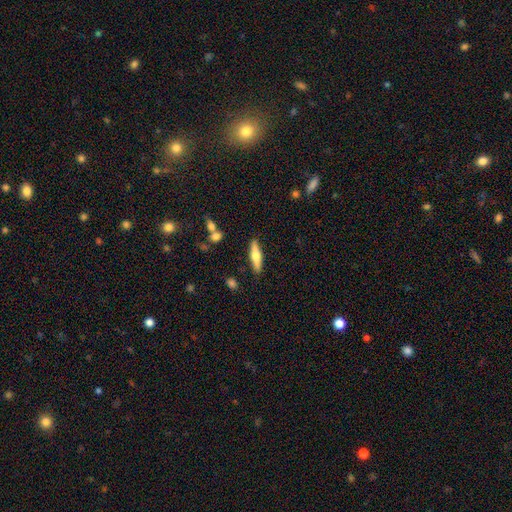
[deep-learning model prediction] smooth 48%, featured or disk 46%, star or artifact 6%. Down the decision tree: merging — none (87%).